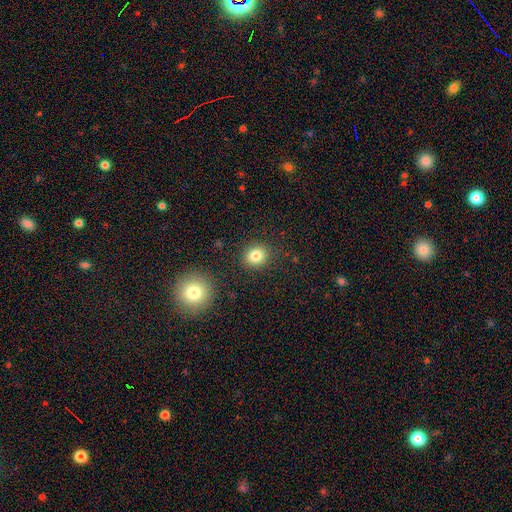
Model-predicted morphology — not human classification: Smooth or featured: smooth — 81% (star or artifact — 12%)
How rounded: round — 78% (in between — 21%)
Merging: none — 87% (minor disturbance — 8%)